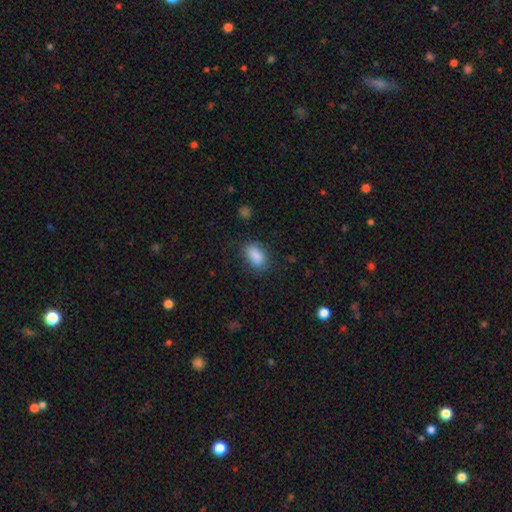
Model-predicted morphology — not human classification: smooth 87%, star or artifact 8%, featured or disk 5%. Down the decision tree: how rounded — in between (88%); merging — none (77%).